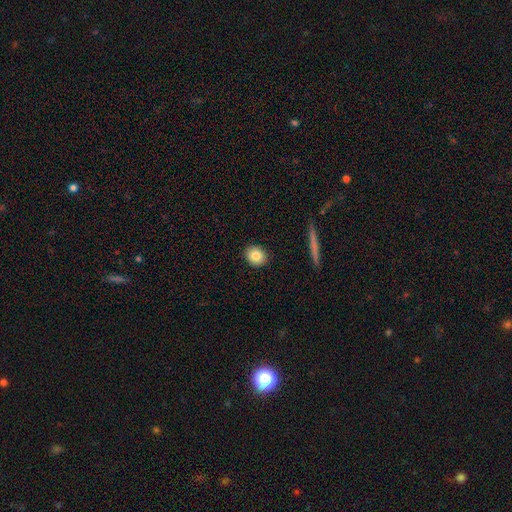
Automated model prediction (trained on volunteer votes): The model was most divided on "how rounded": round: 71%, in between: 27%, cigar-shaped: 2%. More confident: merging — none (91%); smooth or featured — smooth (83%).